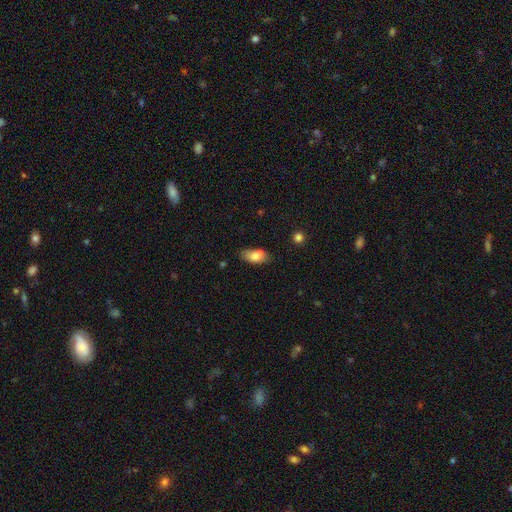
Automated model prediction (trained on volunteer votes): smooth 77%, featured or disk 16%, star or artifact 8%. Down the decision tree: how rounded — in between (88%); merging — none (63%).